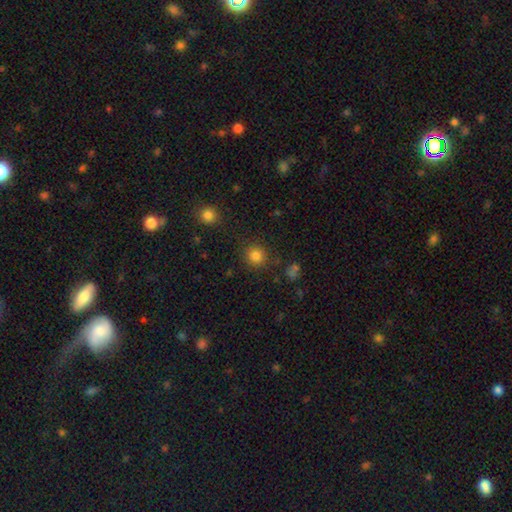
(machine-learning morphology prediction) Smooth or featured?
  - smooth: 83% *
  - star or artifact: 12%
  - featured or disk: 4%
How rounded?
  - round: 92% *
  - in between: 7%
  - cigar-shaped: 1%
Merging?
  - none: 88% *
  - minor disturbance: 7%
  - major disturbance: 3%
  - merger: 2%